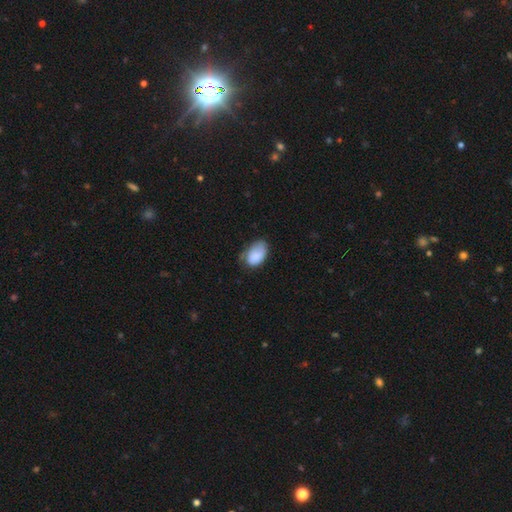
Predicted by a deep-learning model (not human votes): Q: Smooth or featured?
A: smooth (82%); runner-up: featured or disk (12%)
Q: How rounded?
A: in between (91%); runner-up: round (8%)
Q: Merging?
A: none (44%); runner-up: minor disturbance (40%)